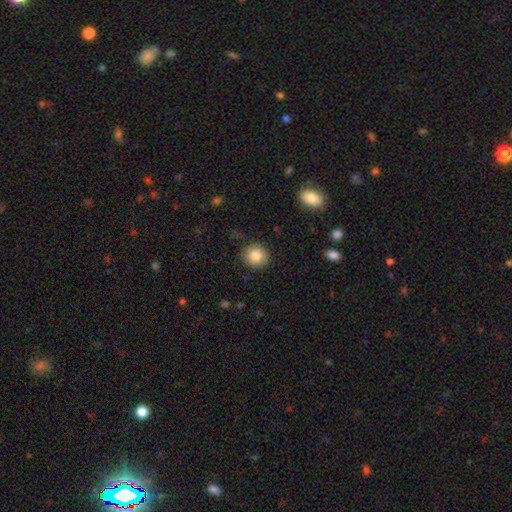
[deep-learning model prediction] Smooth or featured? Predicted: smooth (p=0.85). How rounded? Predicted: round (p=0.92). Merging? Predicted: none (p=0.89).